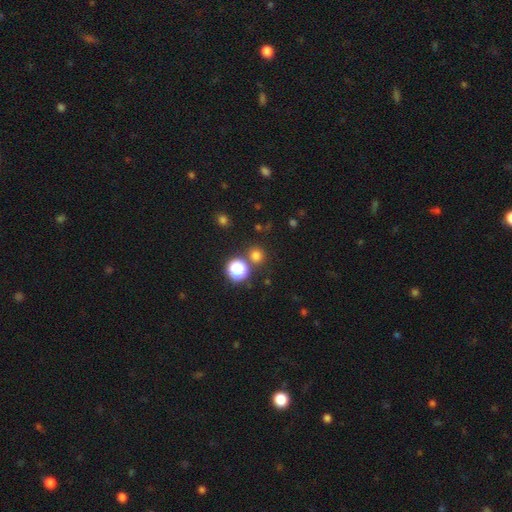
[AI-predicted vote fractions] smooth 72%, star or artifact 23%, featured or disk 5%. Down the decision tree: how rounded — round (90%); merging — none (81%).